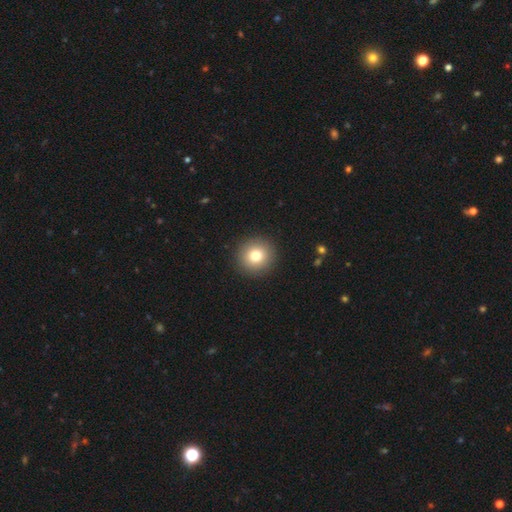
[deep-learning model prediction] Q: Smooth or featured?
A: smooth (79%); runner-up: star or artifact (11%)
Q: How rounded?
A: round (94%); runner-up: in between (5%)
Q: Merging?
A: none (92%); runner-up: minor disturbance (5%)